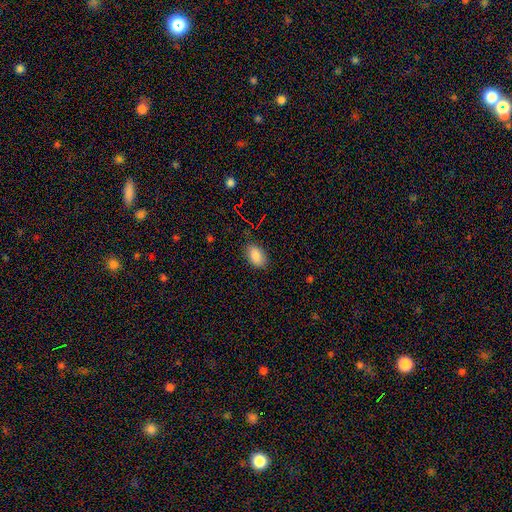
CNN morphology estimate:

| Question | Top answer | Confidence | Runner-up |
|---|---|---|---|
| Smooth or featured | smooth | 87% | star or artifact (8%) |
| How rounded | in between | 91% | round (7%) |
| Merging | none | 82% | minor disturbance (13%) |